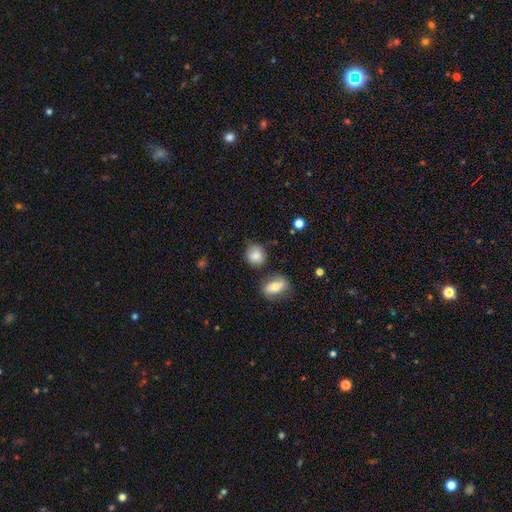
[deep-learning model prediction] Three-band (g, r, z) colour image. It shows a smooth galaxy with no disk features (83%) that is round (72%). Merging: none (67%).